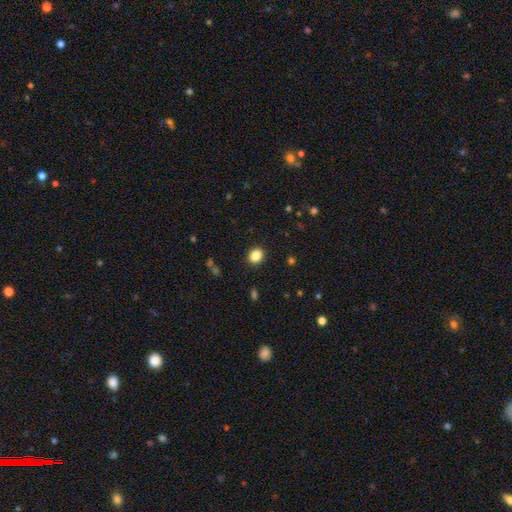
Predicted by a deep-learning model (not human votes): Smooth or featured: smooth — 86% (star or artifact — 10%)
How rounded: round — 54% (in between — 46%)
Merging: none — 90% (minor disturbance — 7%)